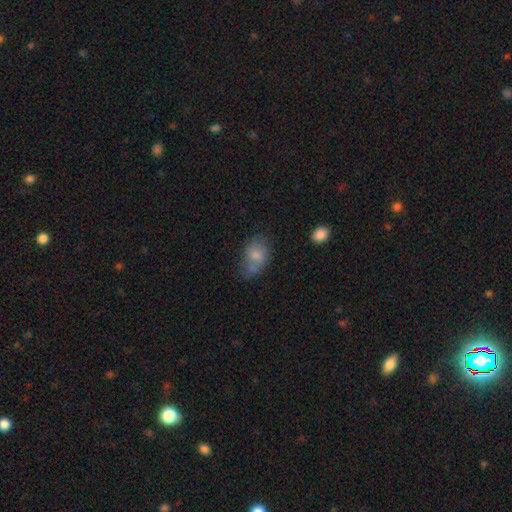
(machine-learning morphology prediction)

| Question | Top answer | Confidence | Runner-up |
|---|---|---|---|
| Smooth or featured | smooth | 76% | featured or disk (16%) |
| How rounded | in between | 81% | round (17%) |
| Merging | none | 50% | minor disturbance (28%) |